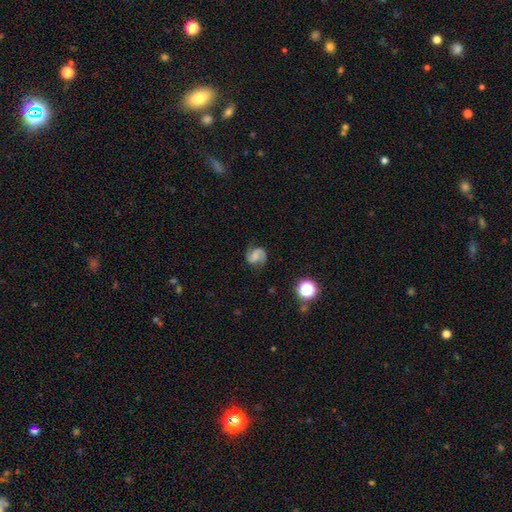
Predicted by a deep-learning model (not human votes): Smooth or featured: featured or disk — 72% (smooth — 19%)
Edge-on disk: no — 98% (yes — 2%)
Bar: no — 46% (weak — 43%)
Spiral arms: yes — 95% (no — 5%)
Spiral winding: medium — 52% (loose — 26%)
Spiral arm count: 2 — 89% (can't tell — 4%)
Bulge size: small — 41% (moderate — 30%)
Merging: none — 75% (minor disturbance — 17%)